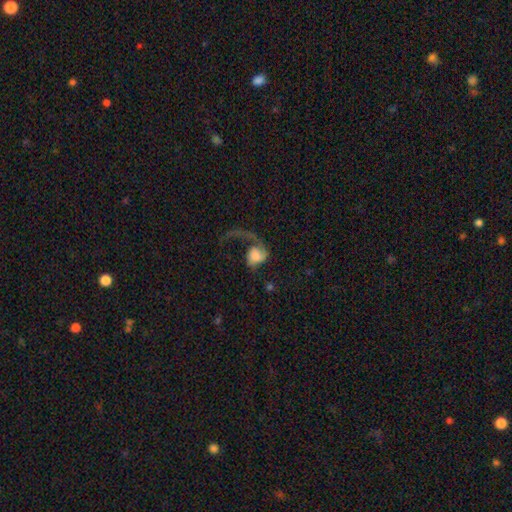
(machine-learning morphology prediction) smooth-or-featured: featured or disk: 59% | smooth: 33% | star or artifact: 8%
  disk-edge-on: no: 97% | yes: 3%
    bar: no: 72% | weak: 23% | strong: 6%
    has-spiral-arms: yes: 86% | no: 14%
    bulge-size: large: 28% | none: 21% | moderate: 20% | small: 16% | dominant: 15%
  merging: major disturbance: 58% | none: 25% | minor disturbance: 12% | merger: 5%